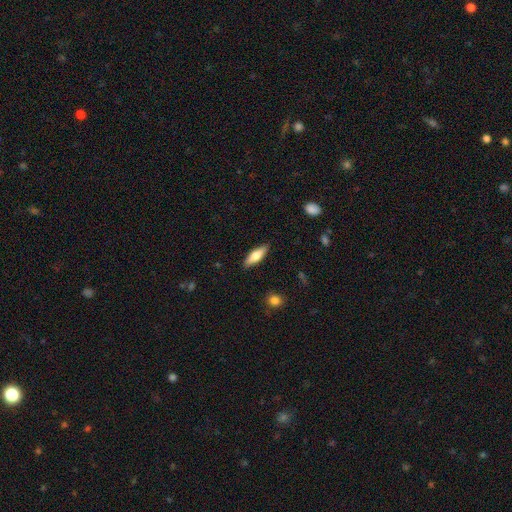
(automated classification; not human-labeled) Smooth or featured?
  - smooth: 62% *
  - featured or disk: 32%
  - star or artifact: 6%
How rounded?
  - cigar-shaped: 52% *
  - in between: 46%
  - round: 2%
Merging?
  - none: 88% *
  - minor disturbance: 9%
  - major disturbance: 2%
  - merger: 1%